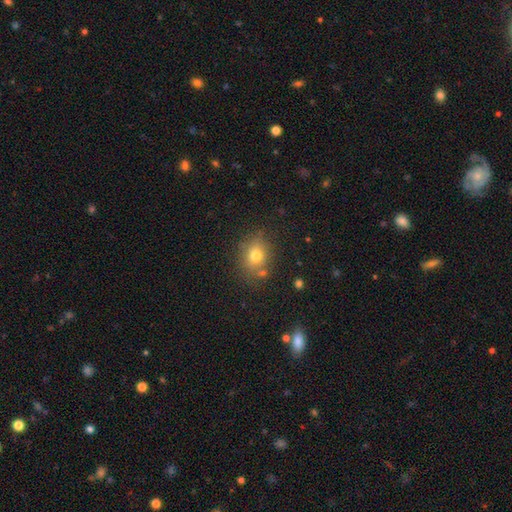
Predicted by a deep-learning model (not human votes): smooth-or-featured: smooth: 75% | star or artifact: 13% | featured or disk: 12%
  how-rounded: round: 55% | in between: 43% | cigar-shaped: 1%
  merging: none: 76% | minor disturbance: 13% | merger: 7% | major disturbance: 4%